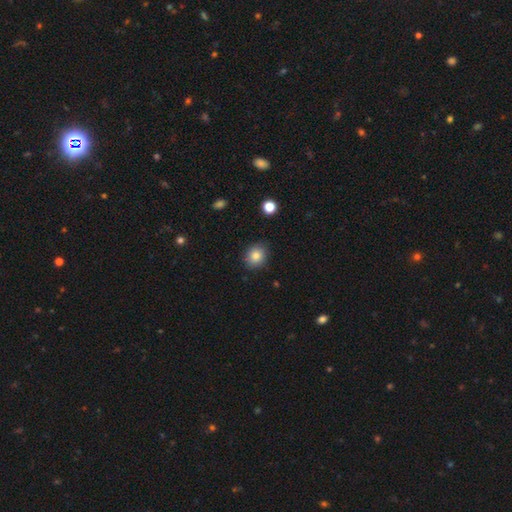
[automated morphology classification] Smooth or featured: smooth — 83% (star or artifact — 10%)
How rounded: round — 69% (in between — 30%)
Merging: none — 85% (minor disturbance — 11%)